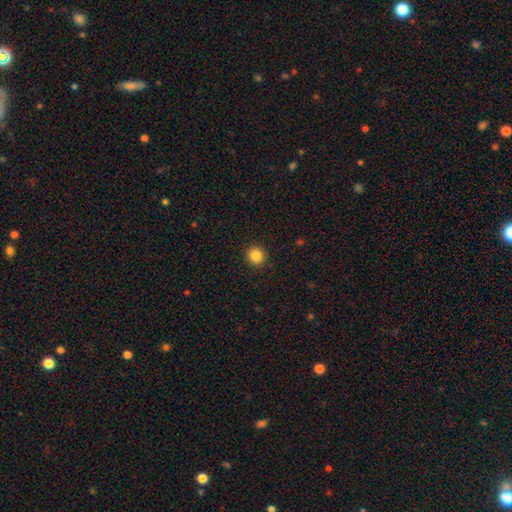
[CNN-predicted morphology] type=smooth (85%); roundness=round (93%); merging=none (93%).